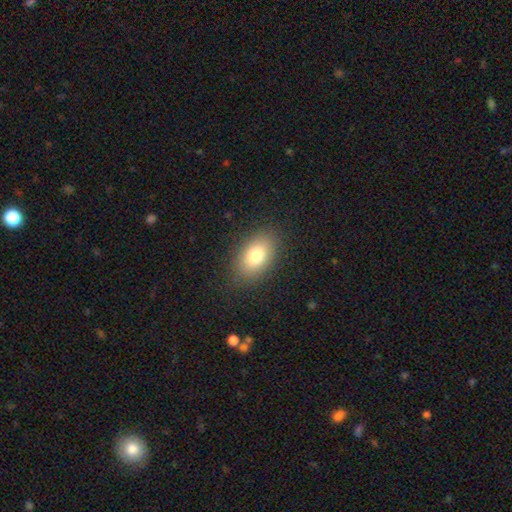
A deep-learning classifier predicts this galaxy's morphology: Smooth or featured?
  - smooth: 79% *
  - featured or disk: 12%
  - star or artifact: 9%
How rounded?
  - in between: 87% *
  - round: 12%
  - cigar-shaped: 2%
Merging?
  - none: 85% *
  - minor disturbance: 10%
  - major disturbance: 4%
  - merger: 1%